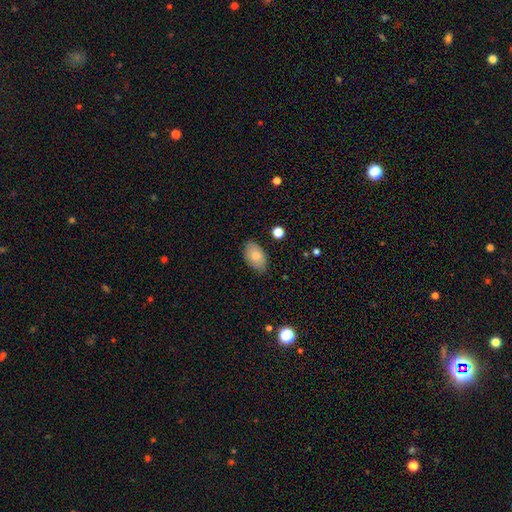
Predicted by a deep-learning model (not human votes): A smooth galaxy with no disk features (78%) that is in between round and cigar-shaped (92%).

Vote fractions:
- Smooth or featured? smooth: 78% / featured or disk: 15% / star or artifact: 7%
- How rounded? in between: 92% / round: 7% / cigar-shaped: 2%
- Merging? none: 81% / minor disturbance: 15% / major disturbance: 3% / merger: 1%